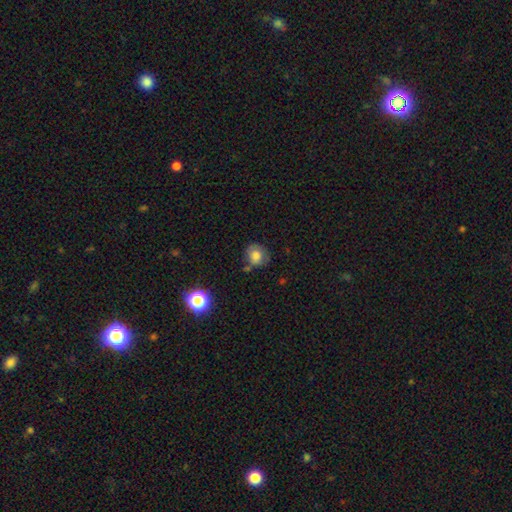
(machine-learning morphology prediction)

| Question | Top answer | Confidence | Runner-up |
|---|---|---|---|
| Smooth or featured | smooth | 73% | featured or disk (17%) |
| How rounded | round | 77% | in between (22%) |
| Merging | none | 66% | minor disturbance (22%) |